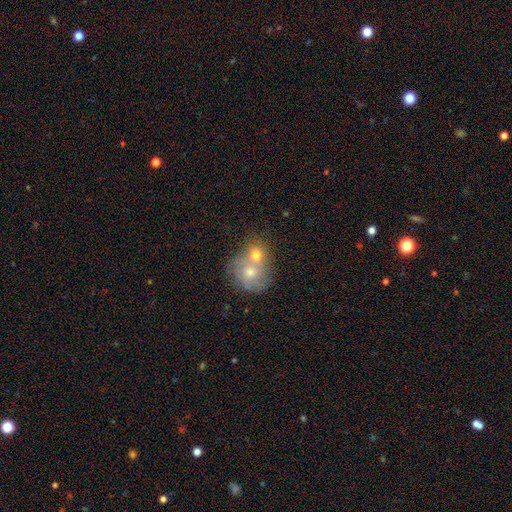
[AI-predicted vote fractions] Overall: smooth (43%; featured or disk 40%). Merging: merger (48%; none 39%).